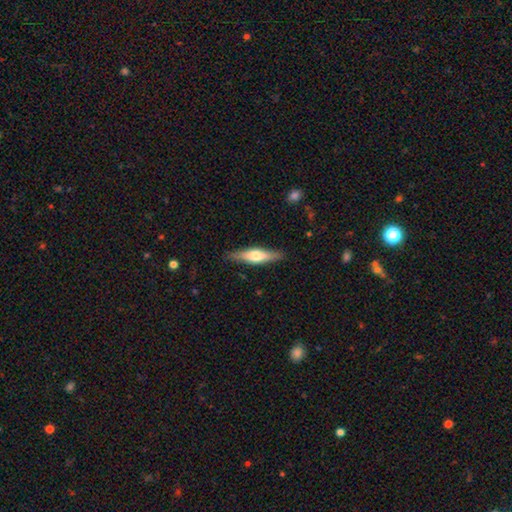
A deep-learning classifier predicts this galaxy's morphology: type=smooth (48%); merging=none (86%).